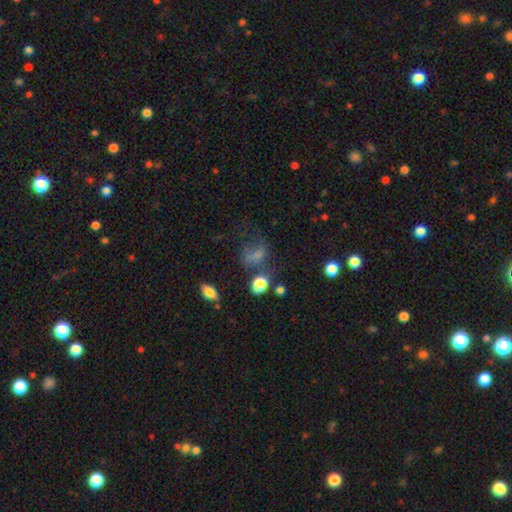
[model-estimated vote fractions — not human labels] A smooth galaxy with no disk features (61%) that is in between round and cigar-shaped (56%).

Vote fractions:
- Smooth or featured? smooth: 61% / star or artifact: 21% / featured or disk: 19%
- How rounded? in between: 56% / round: 41% / cigar-shaped: 2%
- Merging? major disturbance: 34% (tied) / none: 34% (tied) / minor disturbance: 20% / merger: 12%